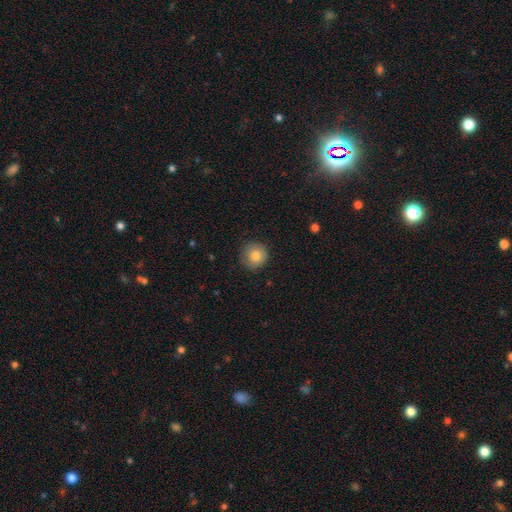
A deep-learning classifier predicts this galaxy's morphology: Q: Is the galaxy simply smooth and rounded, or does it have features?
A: smooth — 81%.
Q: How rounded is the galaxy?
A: round — 94%.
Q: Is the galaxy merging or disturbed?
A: none — 84%.